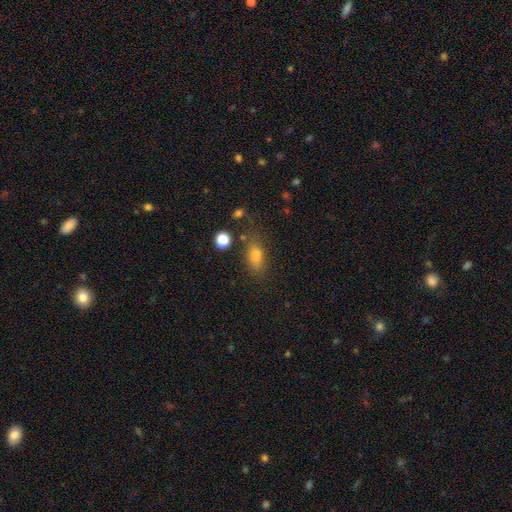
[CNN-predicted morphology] Smooth or featured: smooth — 74% (star or artifact — 15%)
How rounded: in between — 77% (round — 15%)
Merging: none — 70% (minor disturbance — 17%)